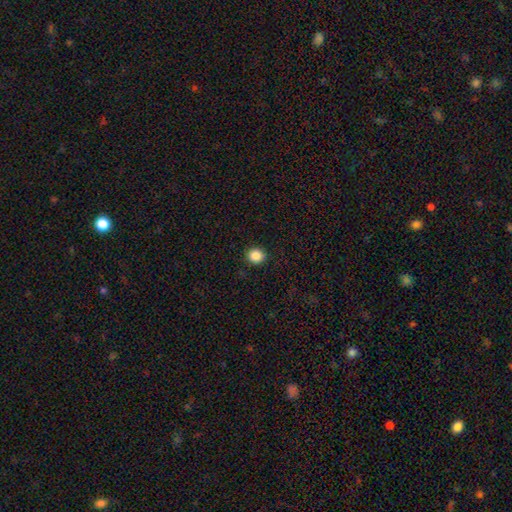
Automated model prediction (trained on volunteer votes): This is clearly a smooth galaxy (86%). How rounded: clearly round (89%). Merging: clearly none (92%).